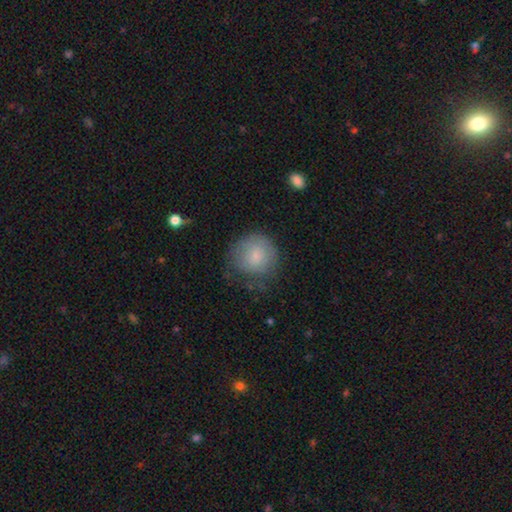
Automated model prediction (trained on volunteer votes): smooth_or_featured: smooth (p=0.71) [alt: featured or disk p=0.21]
how_rounded: round (p=0.88) [alt: in between p=0.11]
merging: none (p=0.58) [alt: minor disturbance p=0.26]